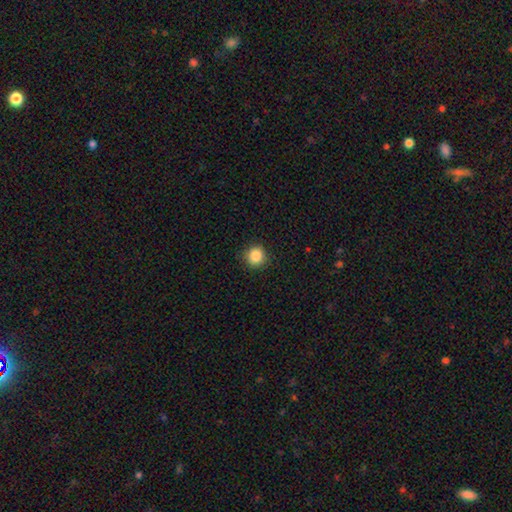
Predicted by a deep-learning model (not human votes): Smooth or featured? Predicted: smooth (p=0.86). How rounded? Predicted: round (p=0.92). Merging? Predicted: none (p=0.90).